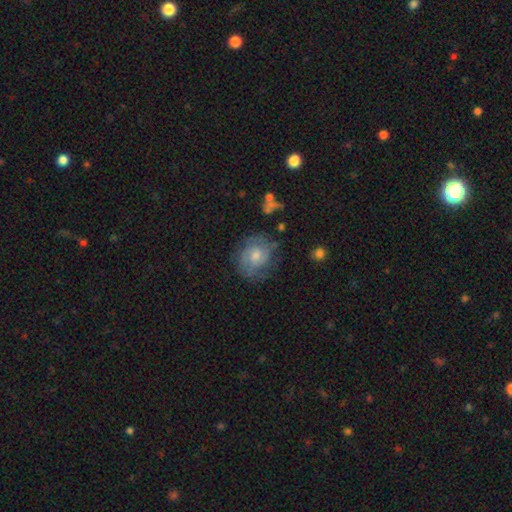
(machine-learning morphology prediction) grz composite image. It shows a featured or disk galaxy (58%) with no bar (71%), spiral arms (82%) and a moderate central bulge (53%). Merging: none (69%).